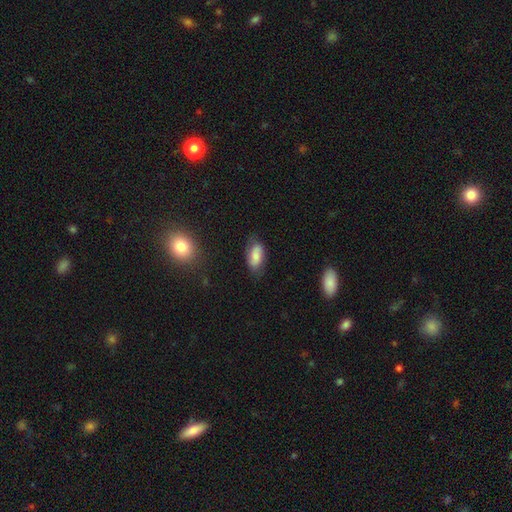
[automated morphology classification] A smooth galaxy with no disk features (69%) that is in between round and cigar-shaped (91%). Merging: none (69%).